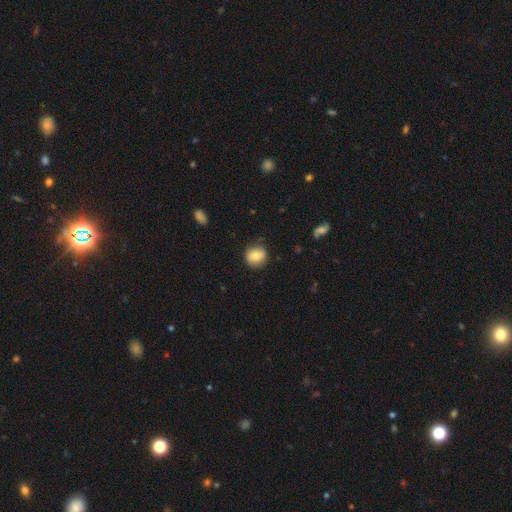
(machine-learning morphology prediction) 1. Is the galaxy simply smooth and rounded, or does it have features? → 80% smooth, 11% featured or disk, 9% star or artifact.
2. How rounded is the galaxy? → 84% round, 15% in between, 1% cigar-shaped.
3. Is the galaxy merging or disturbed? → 83% none, 13% minor disturbance, 3% major disturbance, 1% merger.